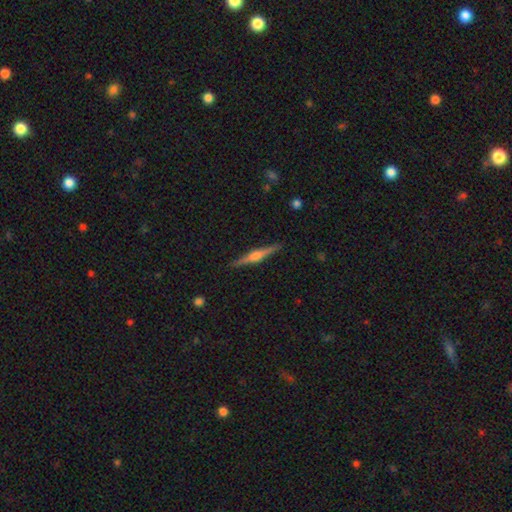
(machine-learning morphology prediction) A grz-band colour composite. It shows a featured or disk galaxy (76%) viewed edge-on (98%) with a rounded central bulge (87%). Merging: none (91%).